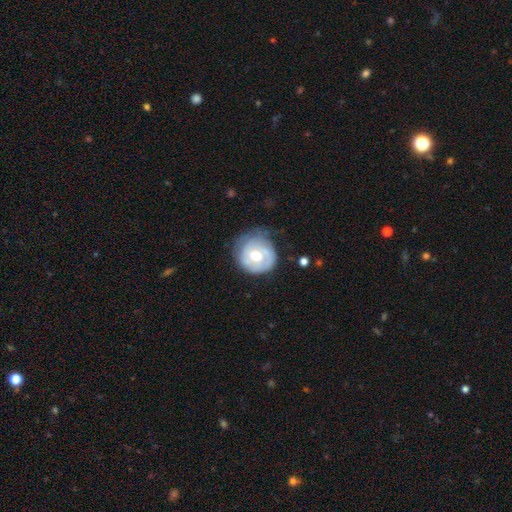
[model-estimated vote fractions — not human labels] Morphology: type=featured or disk (54%); edge-on=no (97%); bar=no (70%); spiral arms=yes (62%); bulge=moderate (76%); merging=none (57%).